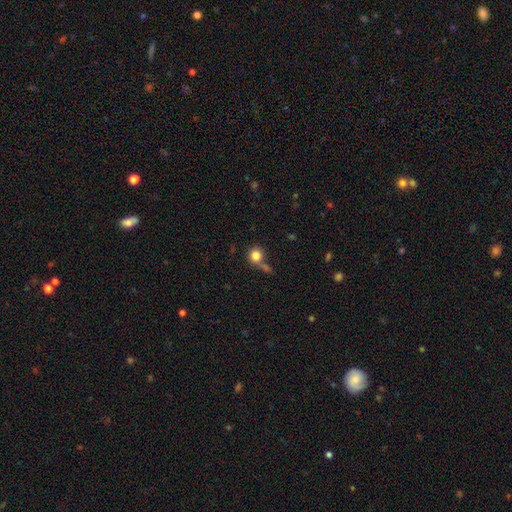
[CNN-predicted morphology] Smooth or featured? Predicted: smooth (p=0.82). How rounded? Predicted: round (p=0.89). Merging? Predicted: none (p=0.56).